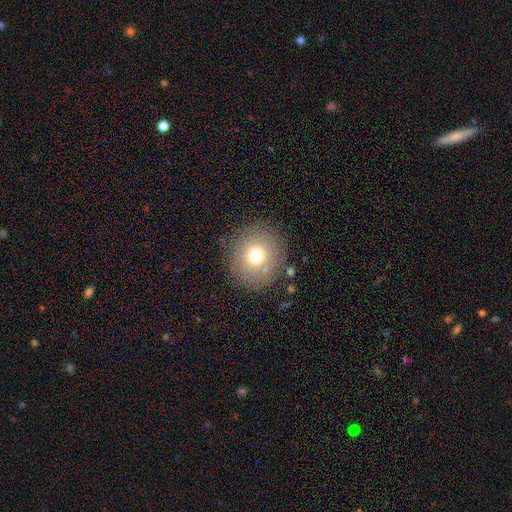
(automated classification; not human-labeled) Morphology: type=smooth (71%); roundness=round (90%); merging=none (83%).